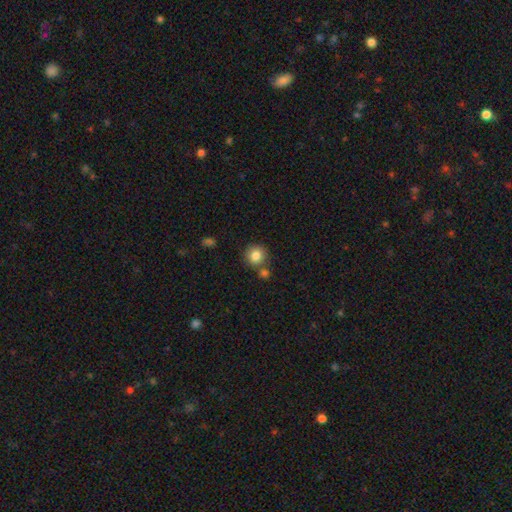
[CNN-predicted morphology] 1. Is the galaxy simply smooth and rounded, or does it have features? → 84% smooth, 9% star or artifact, 7% featured or disk.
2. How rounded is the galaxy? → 90% round, 10% in between, 1% cigar-shaped.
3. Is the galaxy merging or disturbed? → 69% none, 18% merger, 10% minor disturbance, 3% major disturbance.